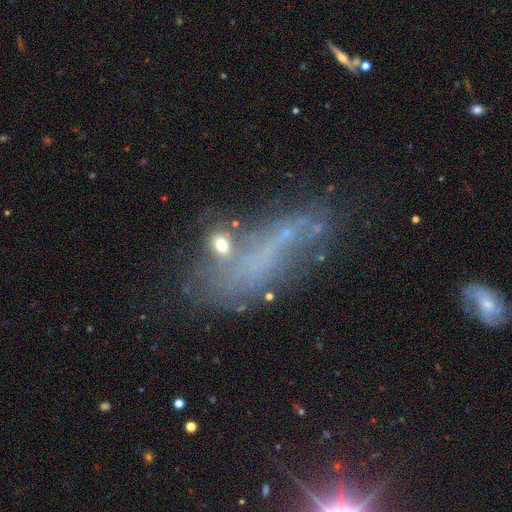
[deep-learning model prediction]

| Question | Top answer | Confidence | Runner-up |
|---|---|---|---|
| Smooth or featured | featured or disk | 42% | smooth (32%) |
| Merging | none | 42% | minor disturbance (24%) |